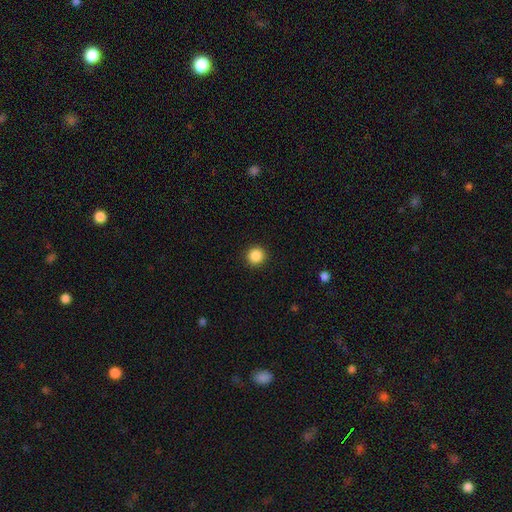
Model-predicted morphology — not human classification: This is clearly a smooth galaxy (88%). How rounded: clearly round (95%). Merging: clearly none (93%).